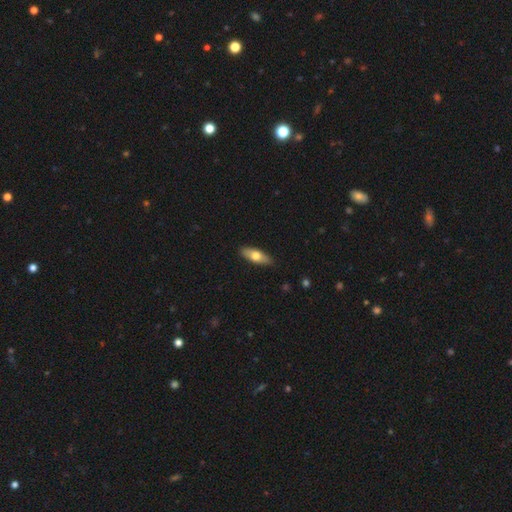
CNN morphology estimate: type=smooth (65%); roundness=in between (63%); merging=none (88%).